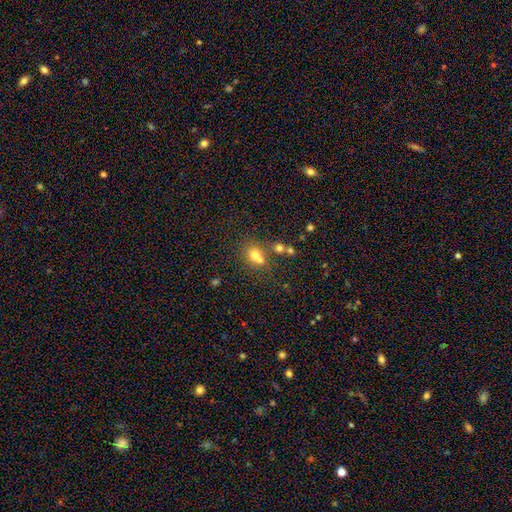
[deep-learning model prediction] Q: Smooth or featured?
A: smooth (68%); runner-up: star or artifact (17%)
Q: How rounded?
A: round (64%); runner-up: in between (35%)
Q: Merging?
A: merger (46%); runner-up: none (40%)